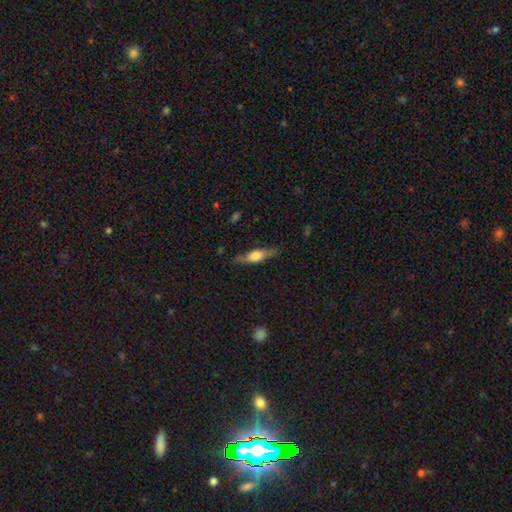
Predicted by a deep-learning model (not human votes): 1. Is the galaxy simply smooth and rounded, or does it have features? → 51% featured or disk, 43% smooth, 6% star or artifact.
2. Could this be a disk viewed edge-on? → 92% yes, 8% no.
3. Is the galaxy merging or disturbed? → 84% none, 12% minor disturbance, 3% major disturbance, 1% merger.